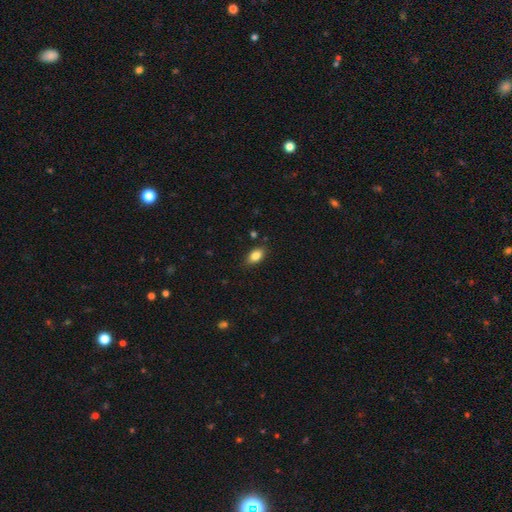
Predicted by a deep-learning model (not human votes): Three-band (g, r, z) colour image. It shows a smooth galaxy with no disk features (84%) that is in between round and cigar-shaped (87%). Merging: none (84%).